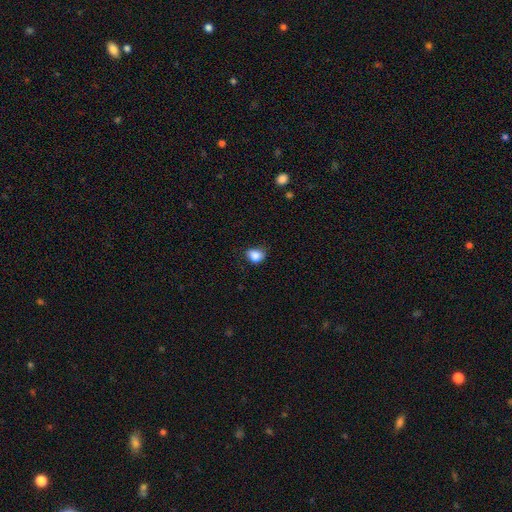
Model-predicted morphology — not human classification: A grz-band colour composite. It shows a smooth galaxy with no disk features (86%) that is in between round and cigar-shaped (52%). Merging: none (62%).